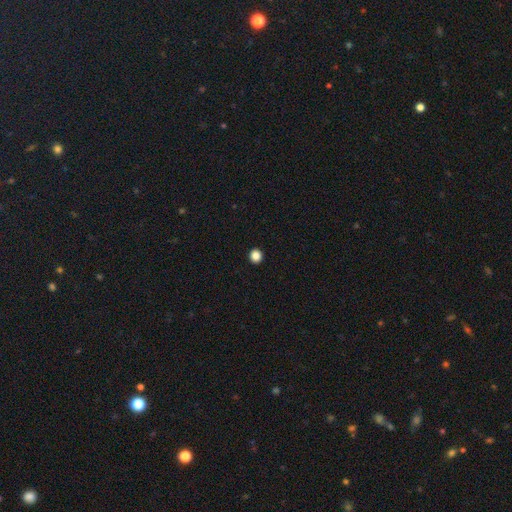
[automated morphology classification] Smooth or featured: smooth — 86% (star or artifact — 11%)
How rounded: round — 90% (in between — 9%)
Merging: none — 94% (minor disturbance — 4%)